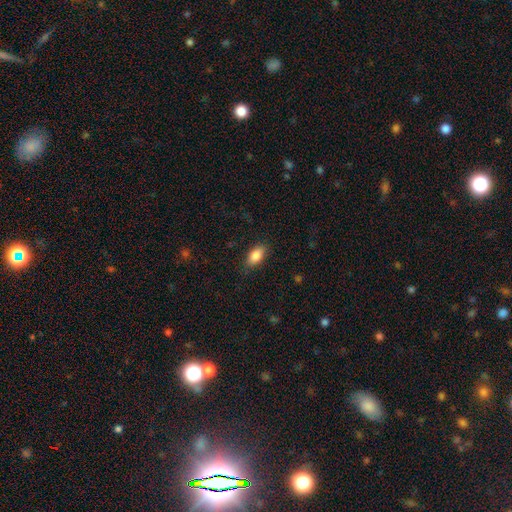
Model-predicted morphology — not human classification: smooth_or_featured: smooth (p=0.86) [alt: star or artifact p=0.07]
how_rounded: in between (p=0.90) [alt: cigar-shaped p=0.05]
merging: none (p=0.86) [alt: minor disturbance p=0.10]